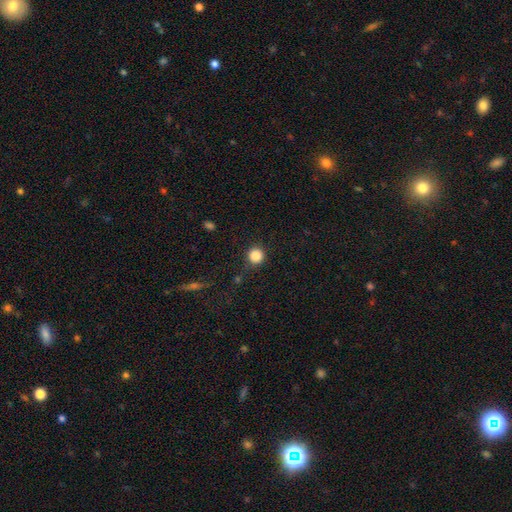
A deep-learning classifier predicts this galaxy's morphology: Q: Smooth or featured?
A: smooth (85%); runner-up: star or artifact (11%)
Q: How rounded?
A: round (94%); runner-up: in between (5%)
Q: Merging?
A: none (88%); runner-up: minor disturbance (7%)